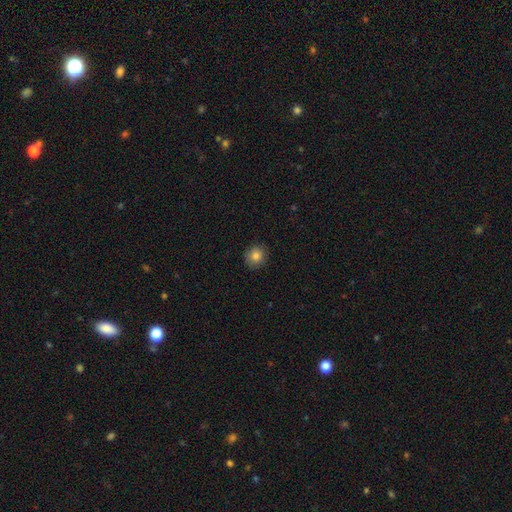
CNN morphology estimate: smooth 84%, star or artifact 10%, featured or disk 6%. Down the decision tree: how rounded — round (87%); merging — none (88%).